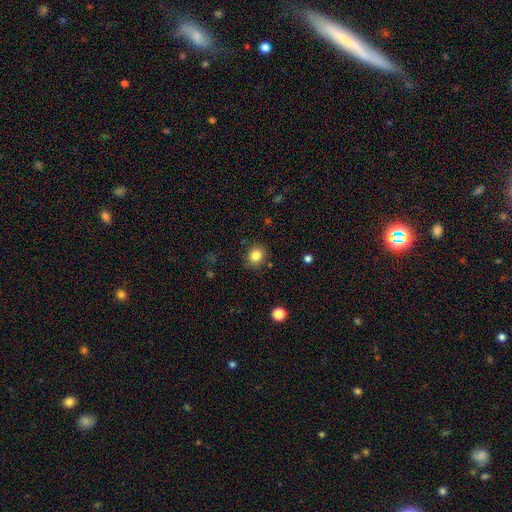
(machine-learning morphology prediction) Q: Smooth or featured?
A: smooth (84%); runner-up: star or artifact (10%)
Q: How rounded?
A: round (72%); runner-up: in between (27%)
Q: Merging?
A: none (85%); runner-up: minor disturbance (10%)